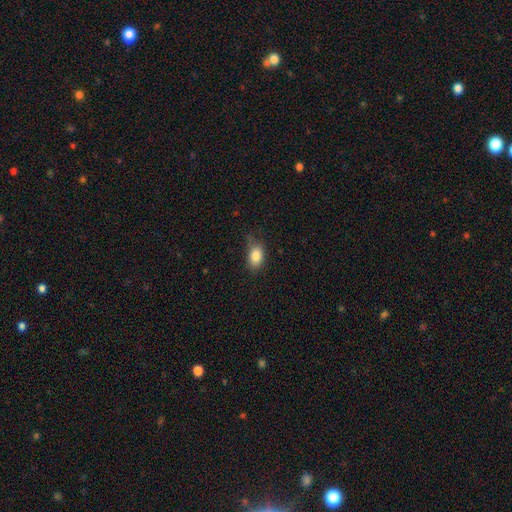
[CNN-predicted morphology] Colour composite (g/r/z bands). It shows a smooth galaxy with no disk features (85%) that is in between round and cigar-shaped (85%). Merging: none (70%).